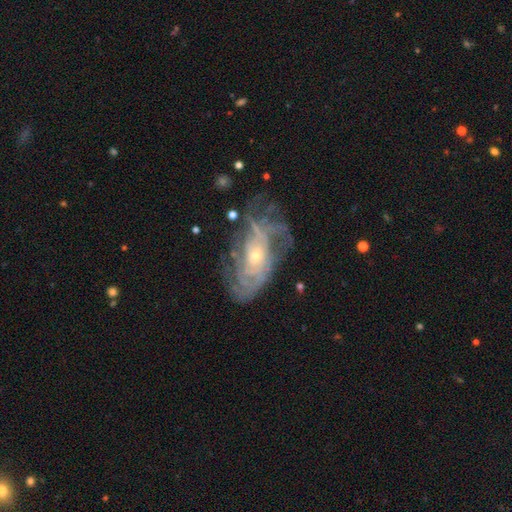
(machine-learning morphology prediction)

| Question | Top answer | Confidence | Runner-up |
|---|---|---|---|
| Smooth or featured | featured or disk | 83% | smooth (10%) |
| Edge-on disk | no | 93% | yes (7%) |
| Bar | no | 77% | weak (18%) |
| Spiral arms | yes | 87% | no (13%) |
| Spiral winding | tight | 62% | medium (27%) |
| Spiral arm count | can't tell | 50% | 4 (13%) |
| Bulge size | small | 70% | moderate (26%) |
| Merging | none | 56% | minor disturbance (23%) |